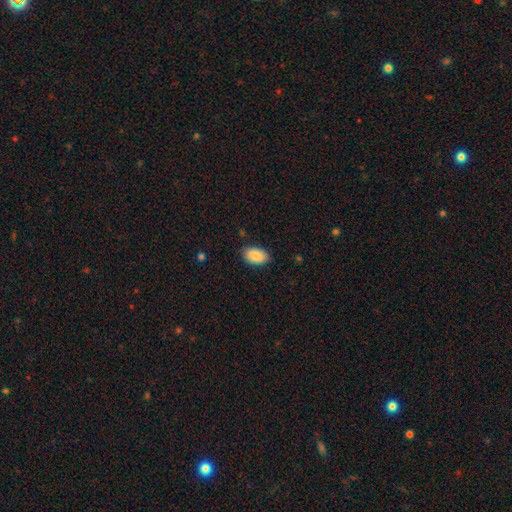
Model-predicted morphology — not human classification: smooth 89%, star or artifact 6%, featured or disk 5%. Down the decision tree: how rounded — in between (93%); merging — none (83%).